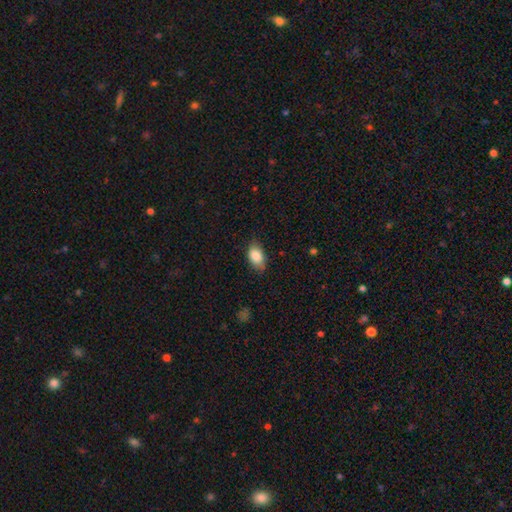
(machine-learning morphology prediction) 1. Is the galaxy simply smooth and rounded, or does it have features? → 86% smooth, 7% featured or disk, 7% star or artifact.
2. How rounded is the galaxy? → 90% in between, 8% round, 2% cigar-shaped.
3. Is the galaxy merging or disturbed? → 76% none, 19% minor disturbance, 4% major disturbance, 1% merger.